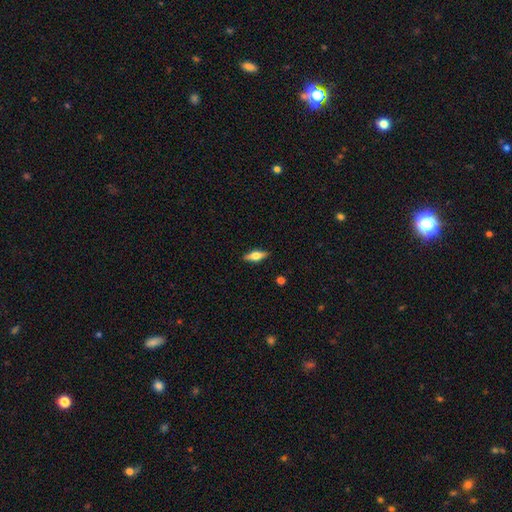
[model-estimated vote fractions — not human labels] Smooth or featured?
  - smooth: 54% *
  - featured or disk: 39%
  - star or artifact: 7%
How rounded?
  - in between: 65% *
  - cigar-shaped: 32%
  - round: 3%
Merging?
  - none: 88% *
  - minor disturbance: 9%
  - major disturbance: 2%
  - merger: 1%